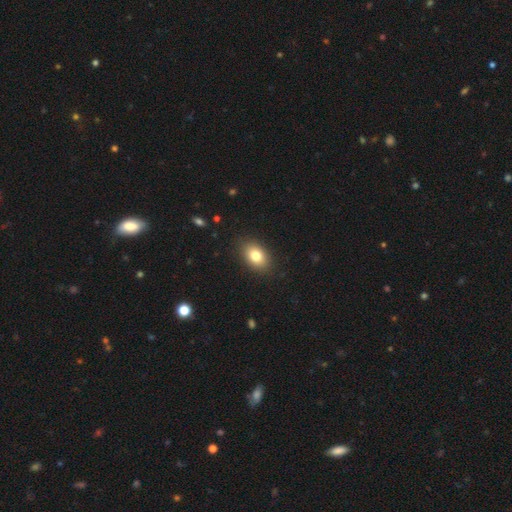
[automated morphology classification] This is clearly a smooth galaxy (81%). How rounded: clearly in between (81%). Merging: clearly none (88%).